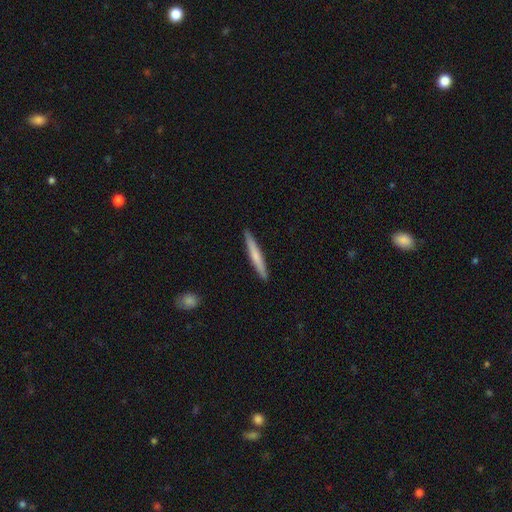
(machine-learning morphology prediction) Smooth or featured?
  - smooth: 62% *
  - featured or disk: 33%
  - star or artifact: 5%
How rounded?
  - cigar-shaped: 96% *
  - in between: 3%
  - round: 1%
Merging?
  - none: 92% *
  - minor disturbance: 6%
  - major disturbance: 1%
  - merger: 1%